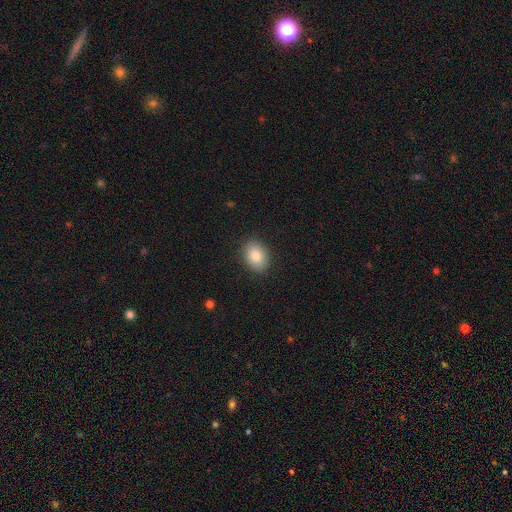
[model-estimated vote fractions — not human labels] Q: Smooth or featured?
A: smooth (82%); runner-up: featured or disk (10%)
Q: How rounded?
A: in between (69%); runner-up: round (30%)
Q: Merging?
A: none (89%); runner-up: minor disturbance (8%)